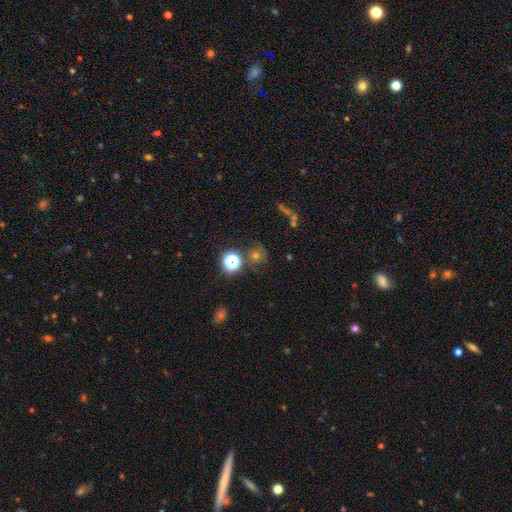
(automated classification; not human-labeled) Morphology: type=star or artifact (41%).